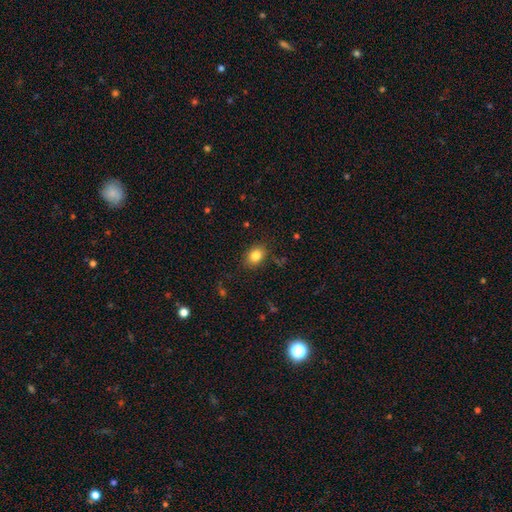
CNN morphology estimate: A smooth galaxy with no disk features (84%) that is in between round and cigar-shaped (66%). Merging: none (85%).